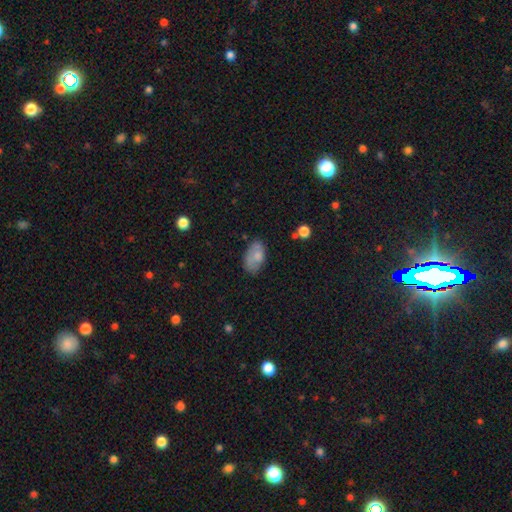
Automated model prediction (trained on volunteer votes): Smooth or featured: smooth — 75% (featured or disk — 18%)
How rounded: in between — 93% (round — 5%)
Merging: none — 61% (minor disturbance — 27%)